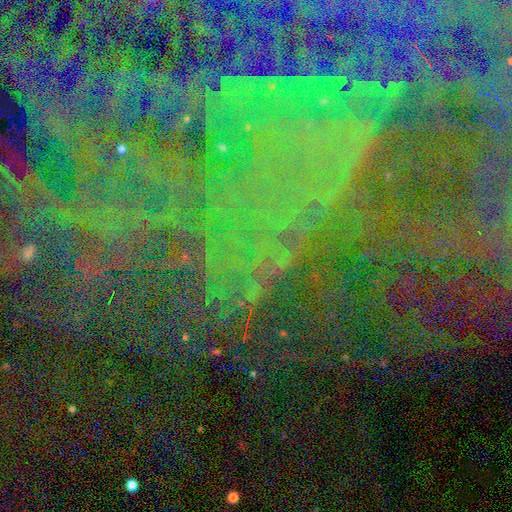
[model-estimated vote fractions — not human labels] Q: Smooth or featured?
A: star or artifact (83%); runner-up: featured or disk (10%)